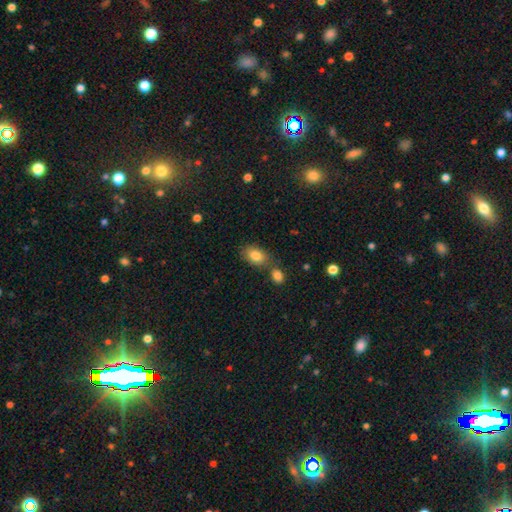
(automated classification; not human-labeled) smooth-or-featured: smooth: 83% | featured or disk: 9% | star or artifact: 8%
  how-rounded: in between: 86% | round: 12% | cigar-shaped: 1%
  merging: none: 63% | merger: 20% | minor disturbance: 13% | major disturbance: 4%